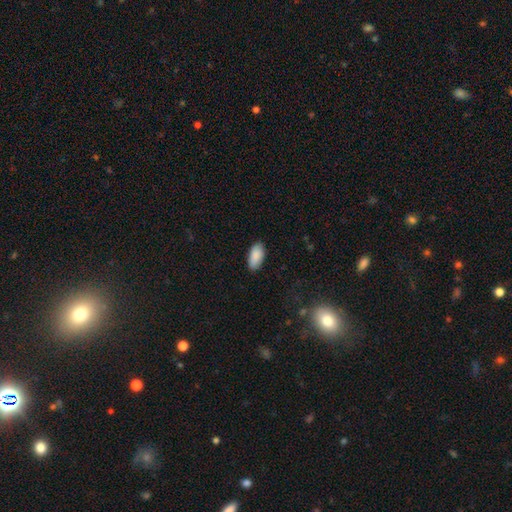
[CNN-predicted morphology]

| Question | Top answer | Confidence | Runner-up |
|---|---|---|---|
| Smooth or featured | smooth | 90% | star or artifact (6%) |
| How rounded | in between | 93% | cigar-shaped (5%) |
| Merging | none | 85% | minor disturbance (11%) |